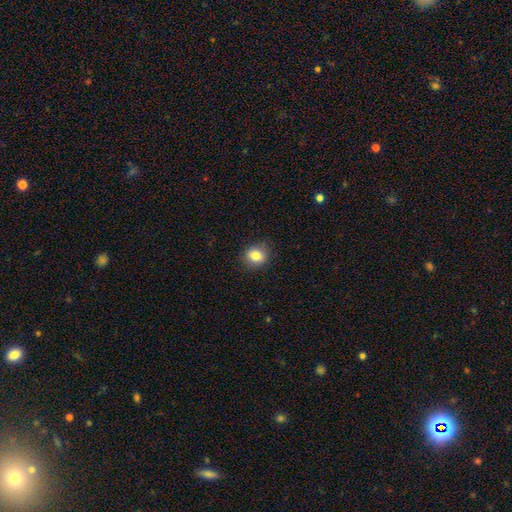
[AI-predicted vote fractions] smooth_or_featured: smooth (p=0.82) [alt: star or artifact p=0.10]
how_rounded: round (p=0.70) [alt: in between p=0.29]
merging: none (p=0.85) [alt: minor disturbance p=0.11]